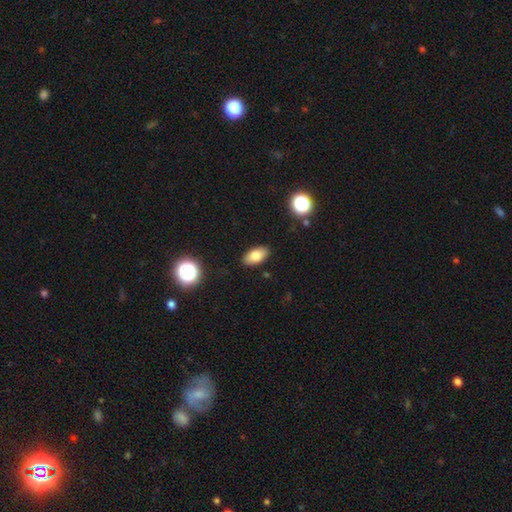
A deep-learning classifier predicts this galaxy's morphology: Smooth or featured: smooth — 77% (featured or disk — 13%)
How rounded: in between — 90% (round — 6%)
Merging: none — 88% (minor disturbance — 8%)